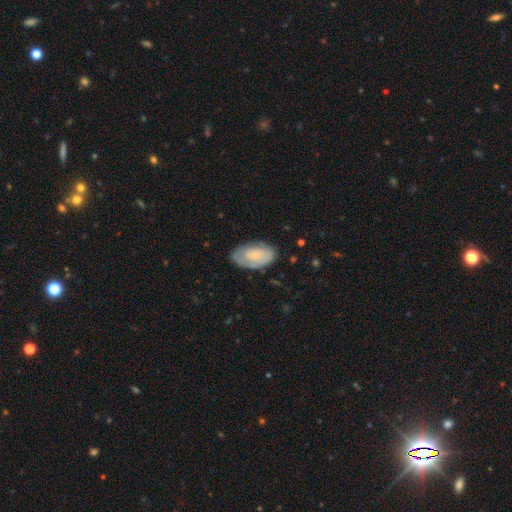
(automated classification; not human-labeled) This is possibly a smooth galaxy (57%). How rounded: clearly in between (94%). Merging: likely none (71%).